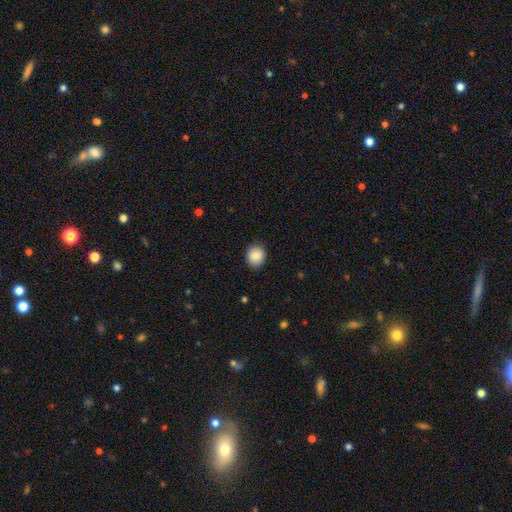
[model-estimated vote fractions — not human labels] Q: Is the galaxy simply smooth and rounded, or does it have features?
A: smooth — 87%.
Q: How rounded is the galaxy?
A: round — 72%.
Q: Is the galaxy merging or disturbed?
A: none — 87%.